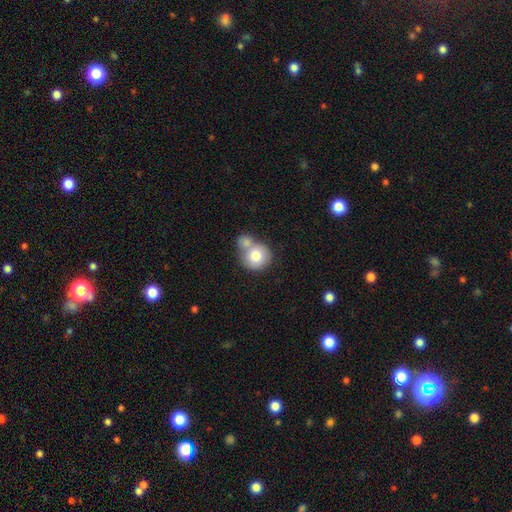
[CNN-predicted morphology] Overall: smooth (78%). How rounded: round (84%). Merging: merger (52%; none 35%).